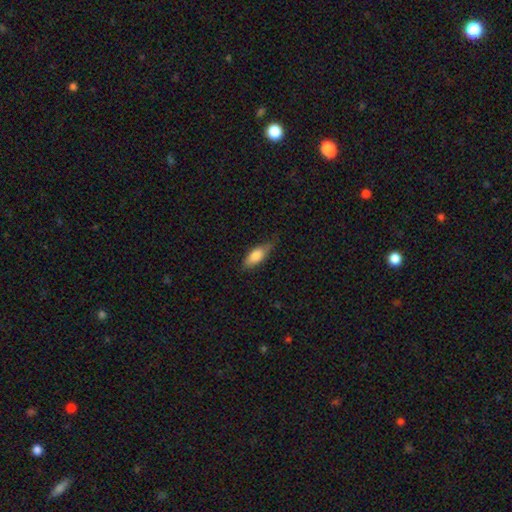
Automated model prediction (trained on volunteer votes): Smooth or featured: smooth — 79% (featured or disk — 15%)
How rounded: in between — 74% (cigar-shaped — 24%)
Merging: none — 64% (minor disturbance — 29%)